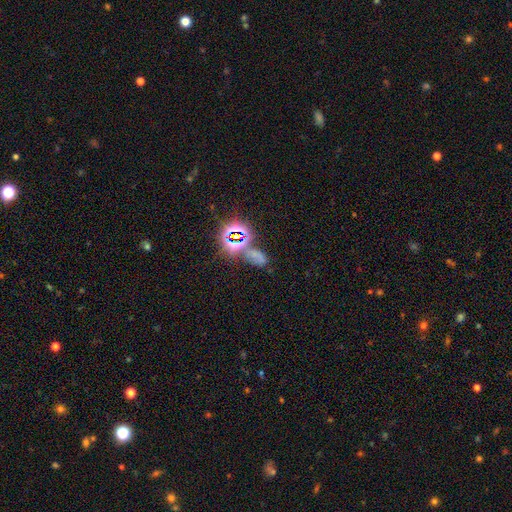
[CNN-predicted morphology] Smooth or featured?
  - star or artifact: 55% *
  - smooth: 34%
  - featured or disk: 12%